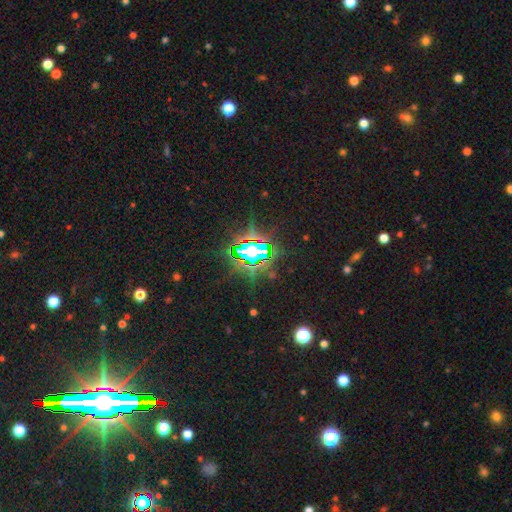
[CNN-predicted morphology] Smooth or featured? star or artifact (79%)